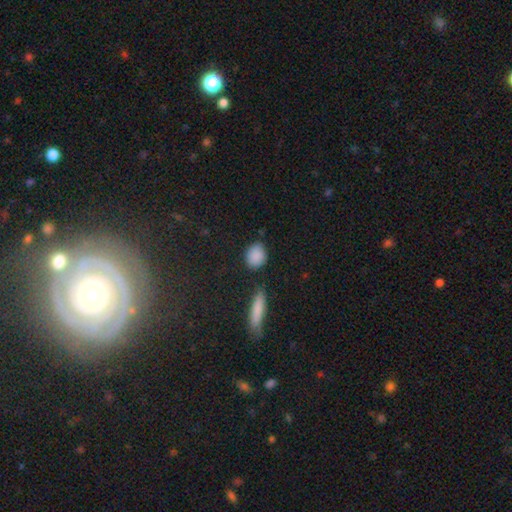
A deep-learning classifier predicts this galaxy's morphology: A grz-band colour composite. It shows a smooth galaxy with no disk features (87%) that is round (51%). Merging: none (75%).